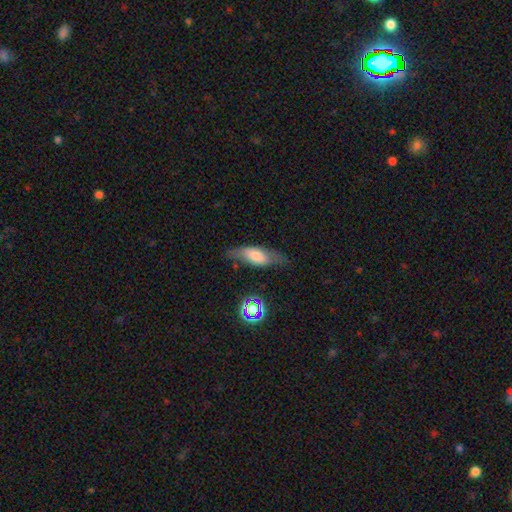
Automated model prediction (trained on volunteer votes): Overall: smooth (56%; featured or disk 35%). How rounded: in between (62%; cigar-shaped 34%). Merging: none (64%).